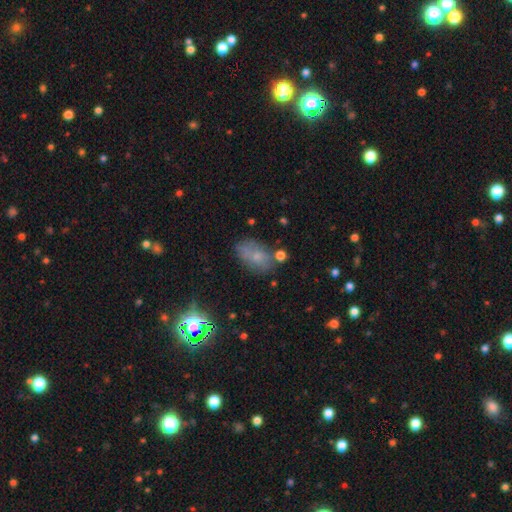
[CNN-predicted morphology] Q: Smooth or featured?
A: smooth (58%); runner-up: featured or disk (22%)
Q: How rounded?
A: in between (87%); runner-up: round (11%)
Q: Merging?
A: none (59%); runner-up: minor disturbance (23%)